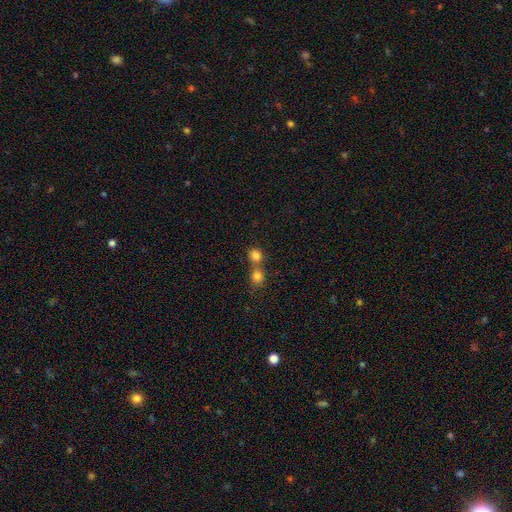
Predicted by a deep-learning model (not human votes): The model was most divided on "merging": merger: 48%, none: 44%, minor disturbance: 6%, major disturbance: 3%. More confident: how rounded — round (81%); smooth or featured — smooth (81%).